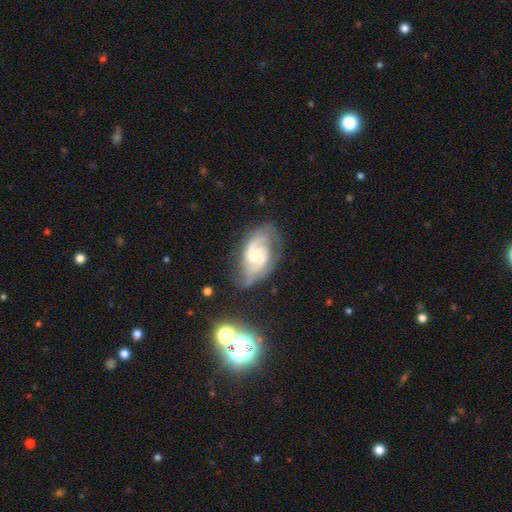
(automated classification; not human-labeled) Smooth or featured? Predicted: featured or disk (p=0.87). Edge-on disk? Predicted: no (p=0.97). Bar? Predicted: no (p=0.47). Spiral arms? Predicted: yes (p=0.97). Spiral winding? Predicted: medium (p=0.54). Spiral arm count? Predicted: 2 (p=0.82). Bulge size? Predicted: small (p=0.45). Merging? Predicted: none (p=0.68).